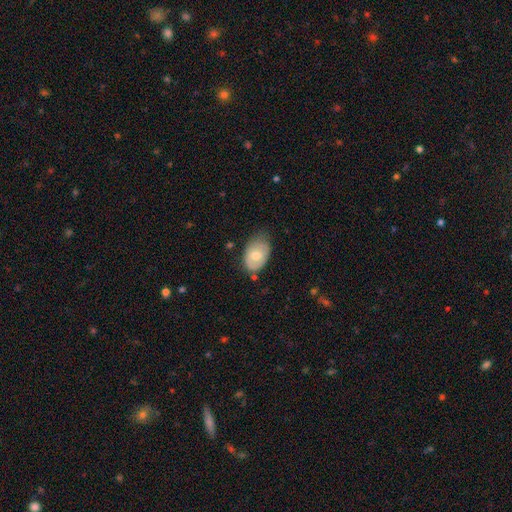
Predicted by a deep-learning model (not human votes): Morphology: type=smooth (67%); roundness=in between (86%); merging=none (50%).